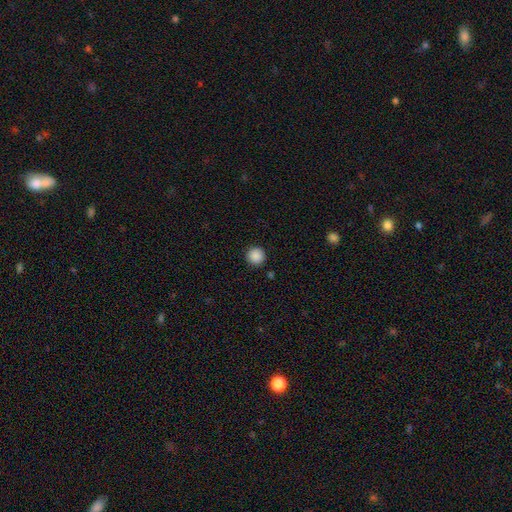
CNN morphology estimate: A smooth galaxy with no disk features (88%) that is round (96%). Merging: none (91%).